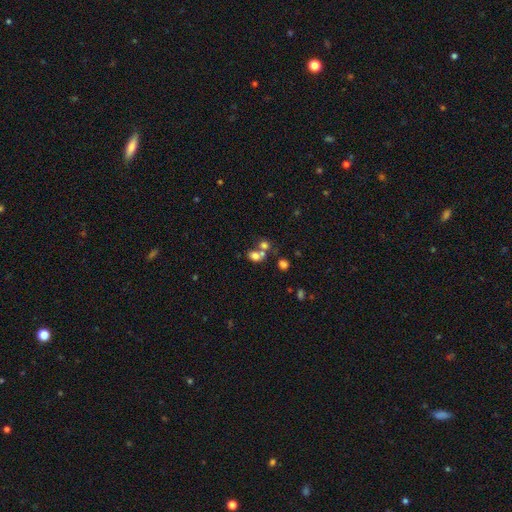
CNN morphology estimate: A smooth galaxy with no disk features (71%) that is in between round and cigar-shaped (60%). Merging: merger (49%).